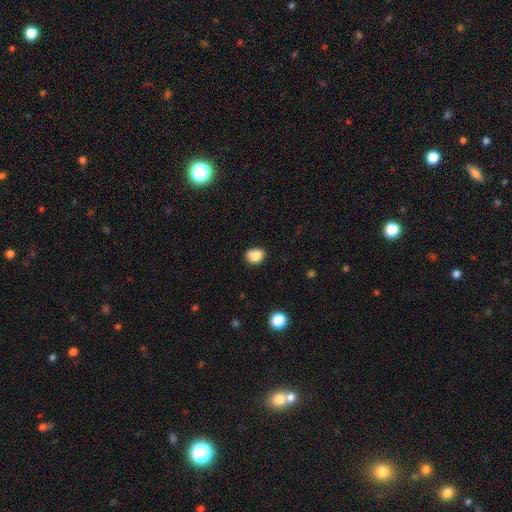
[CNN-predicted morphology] Smooth or featured?
  - smooth: 85% *
  - star or artifact: 10%
  - featured or disk: 5%
How rounded?
  - round: 53% *
  - in between: 47%
  - cigar-shaped: 1%
Merging?
  - none: 78% *
  - minor disturbance: 17%
  - major disturbance: 3%
  - merger: 2%